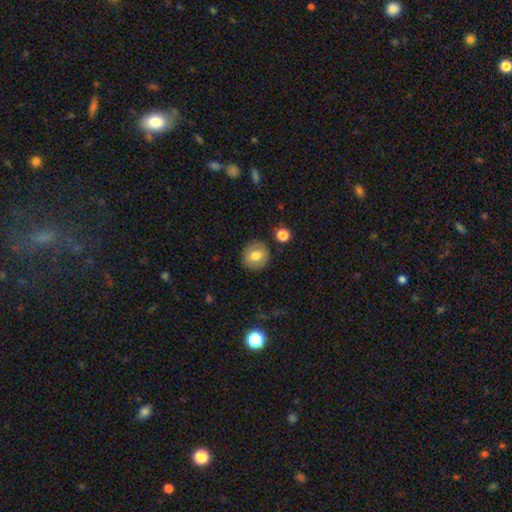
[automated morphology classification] smooth_or_featured: smooth (p=0.73) [alt: featured or disk p=0.19]
how_rounded: round (p=0.82) [alt: in between p=0.17]
merging: none (p=0.86) [alt: minor disturbance p=0.09]